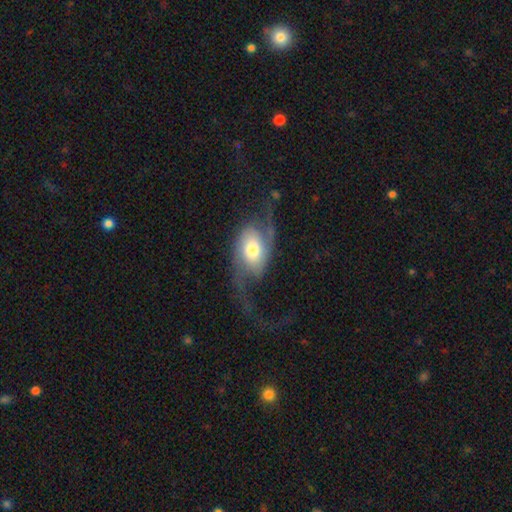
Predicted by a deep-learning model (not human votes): A featured or disk galaxy (79%) with no bar (56%), 2 (88%) loose (74%) spiral arms (93%) and a moderate central bulge (55%).

Vote fractions:
- Smooth or featured? featured or disk: 79% / smooth: 15% / star or artifact: 6%
- Edge-on disk? no: 95% / yes: 5%
- Bar? no: 56% / weak: 31% / strong: 14%
- Spiral arms? yes: 93% / no: 7%
- Spiral winding? loose: 74% / medium: 21% / tight: 5%
- Spiral arm count? 2: 88% / 1: 6% / can't tell: 3% / 3: 1% / 4: 1% / more than 4: 1%
- Bulge size? moderate: 55% / large: 22% / small: 16% / dominant: 5% / none: 2%
- Merging? none: 53% / major disturbance: 29% / minor disturbance: 16% / merger: 3%